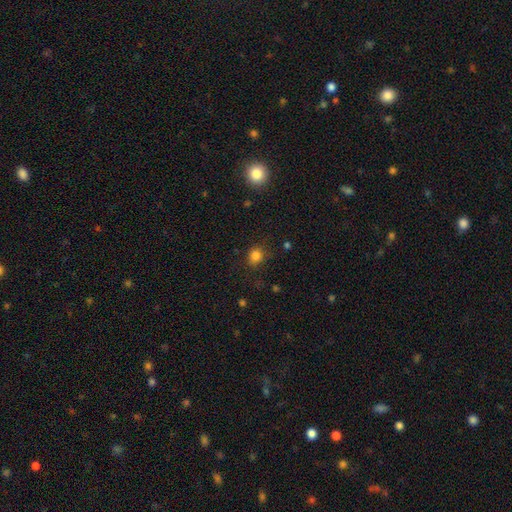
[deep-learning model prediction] Smooth or featured?
  - smooth: 81% *
  - star or artifact: 14%
  - featured or disk: 5%
How rounded?
  - round: 73% *
  - in between: 26%
  - cigar-shaped: 1%
Merging?
  - none: 77% *
  - minor disturbance: 16%
  - major disturbance: 5%
  - merger: 2%